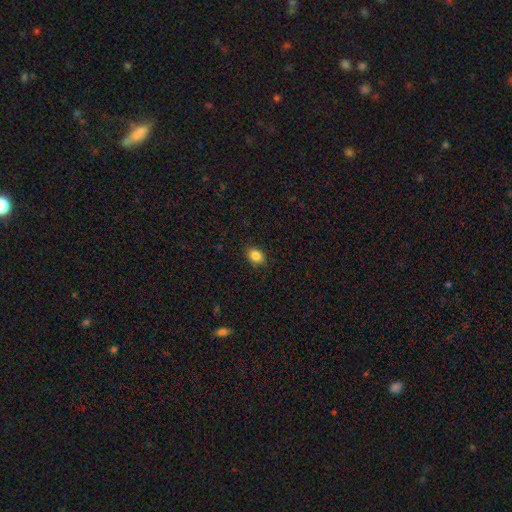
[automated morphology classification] Q: Smooth or featured?
A: smooth (85%); runner-up: star or artifact (10%)
Q: How rounded?
A: in between (53%); runner-up: round (46%)
Q: Merging?
A: none (88%); runner-up: minor disturbance (9%)